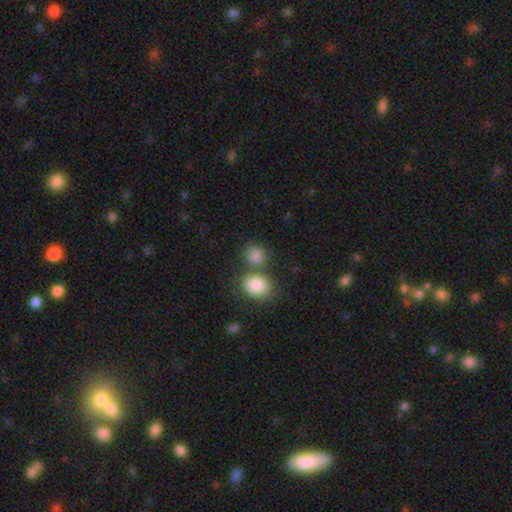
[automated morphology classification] Smooth or featured: smooth — 84% (star or artifact — 10%)
How rounded: round — 71% (in between — 27%)
Merging: none — 52% (merger — 34%)